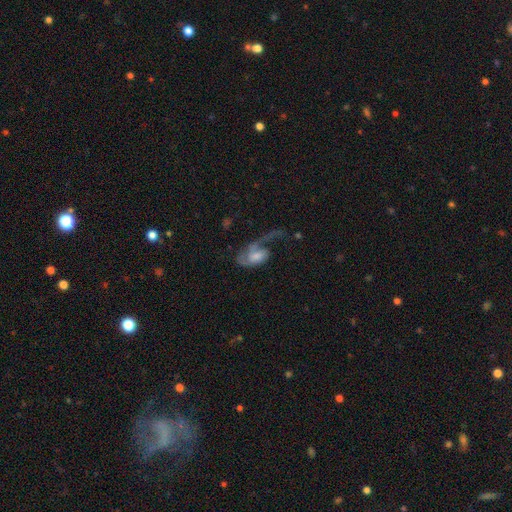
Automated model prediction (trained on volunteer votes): This is likely a featured or disk galaxy (67%). It is clearly not viewed edge-on (96%). Bar: possibly no (59%). Spiral arm pattern: clearly yes (83%). Spiral arm count: likely 1 (64%). Spiral winding: possibly loose (58%). Central bulge: marginally moderate (34%). Merging: possibly major disturbance (59%).